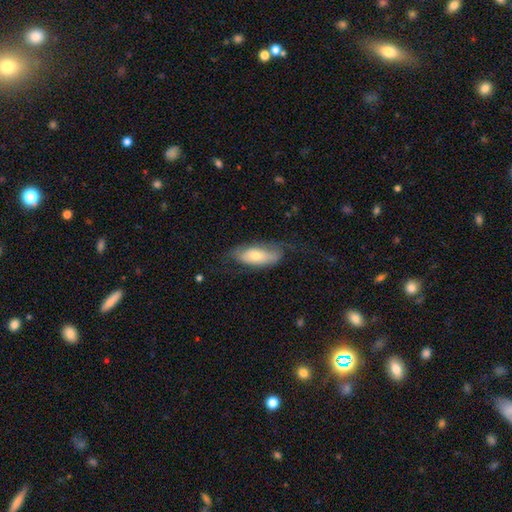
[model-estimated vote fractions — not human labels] Smooth or featured?
  - smooth: 54% *
  - featured or disk: 39%
  - star or artifact: 7%
How rounded?
  - in between: 80% *
  - cigar-shaped: 18%
  - round: 3%
Merging?
  - none: 53% *
  - minor disturbance: 27%
  - major disturbance: 18%
  - merger: 2%